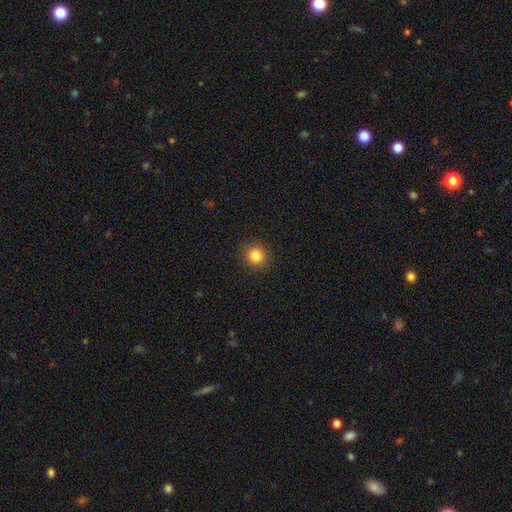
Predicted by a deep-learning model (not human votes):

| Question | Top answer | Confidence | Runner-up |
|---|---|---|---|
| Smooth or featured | smooth | 84% | star or artifact (11%) |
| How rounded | round | 93% | in between (6%) |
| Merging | none | 91% | minor disturbance (6%) |